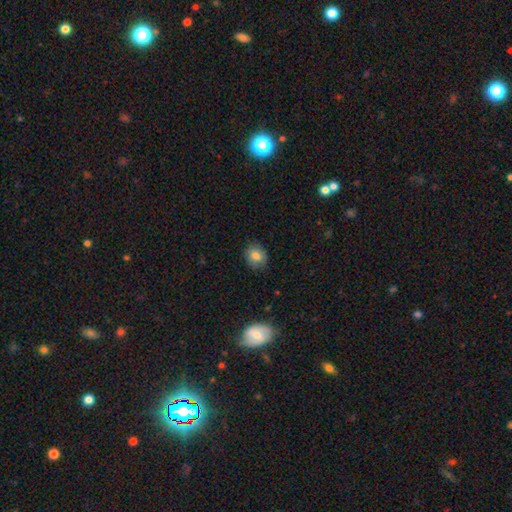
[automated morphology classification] Smooth or featured: smooth — 80% (featured or disk — 11%)
How rounded: round — 62% (in between — 37%)
Merging: none — 81% (minor disturbance — 15%)